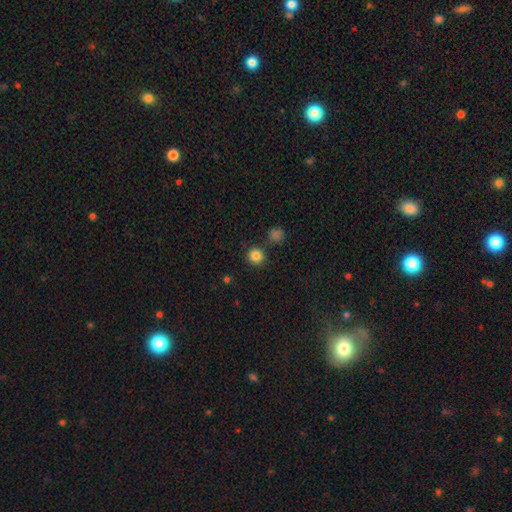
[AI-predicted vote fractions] Overall: smooth (84%). How rounded: round (93%). Merging: none (85%).